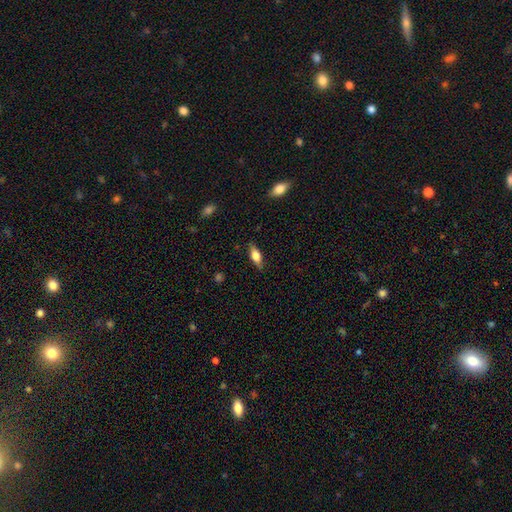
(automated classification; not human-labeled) The model was most divided on "smooth or featured": smooth: 63%, featured or disk: 30%, star or artifact: 7%. More confident: merging — none (84%); how rounded — in between (69%).